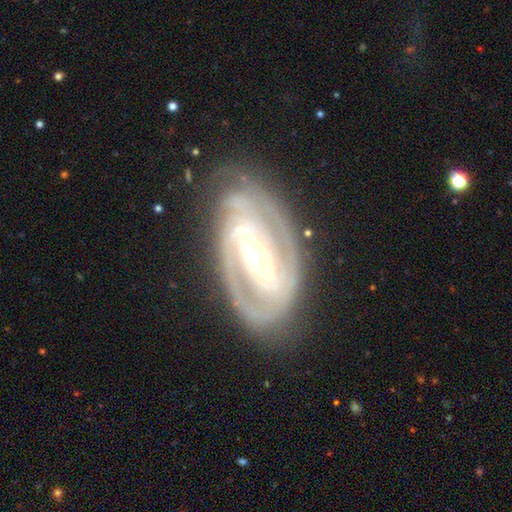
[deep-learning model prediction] This appears to be a featured or disk galaxy (90%) with a strong bar (63%), 2 (64%) tight (63%) spiral arms (96%) and a moderate central bulge (55%). Merging: none (77%).